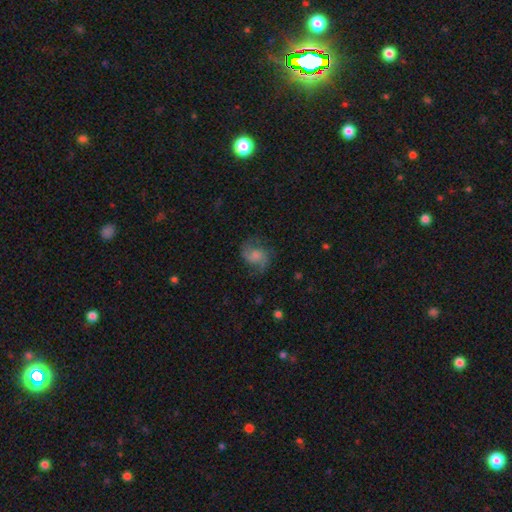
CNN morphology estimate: Overall: featured or disk (67%). Edge-on disk: no (98%). Bar: no (60%; weak 34%). Spiral arms: yes (94%). Spiral arm count: 2 (89%). Spiral winding: medium (48%; loose 38%). Bulge size: none (30%; moderate 29%). Merging: none (71%).